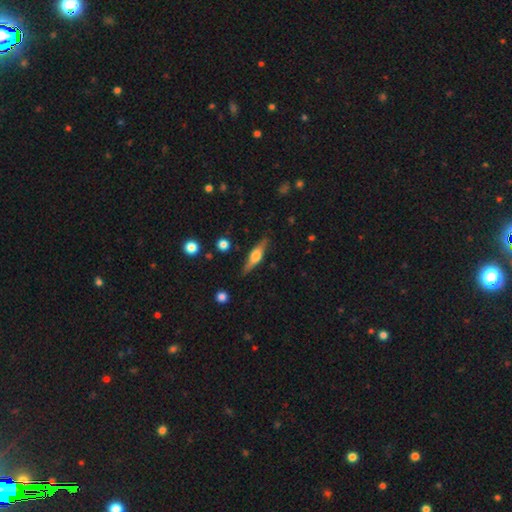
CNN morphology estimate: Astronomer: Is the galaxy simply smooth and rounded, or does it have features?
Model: featured or disk — 63%.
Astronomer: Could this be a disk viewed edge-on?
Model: yes — 95%.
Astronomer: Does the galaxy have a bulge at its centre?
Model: rounded — 89%.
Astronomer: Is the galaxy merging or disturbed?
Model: none — 85%.